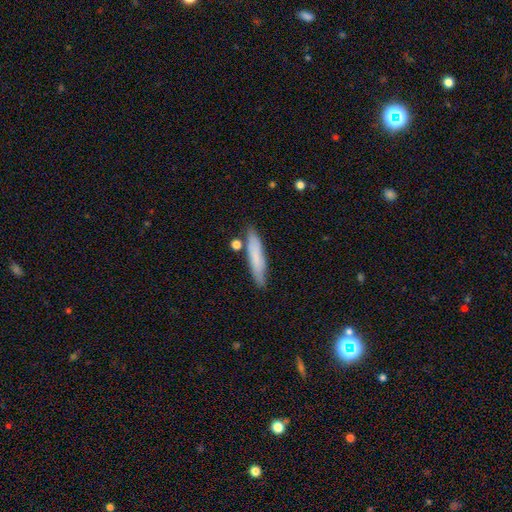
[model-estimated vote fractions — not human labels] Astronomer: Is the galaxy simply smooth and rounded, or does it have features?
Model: smooth — 71%.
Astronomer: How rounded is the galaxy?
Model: cigar-shaped — 85%.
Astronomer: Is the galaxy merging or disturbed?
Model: none — 78%.